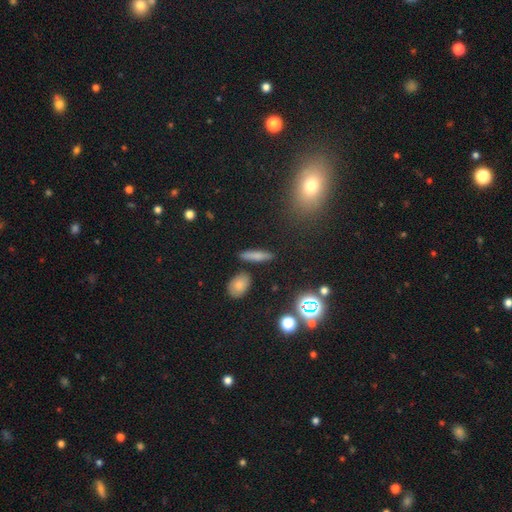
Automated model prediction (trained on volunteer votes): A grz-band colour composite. It shows a smooth galaxy with no disk features (68%) that is cigar-shaped (76%). Merging: none (85%).